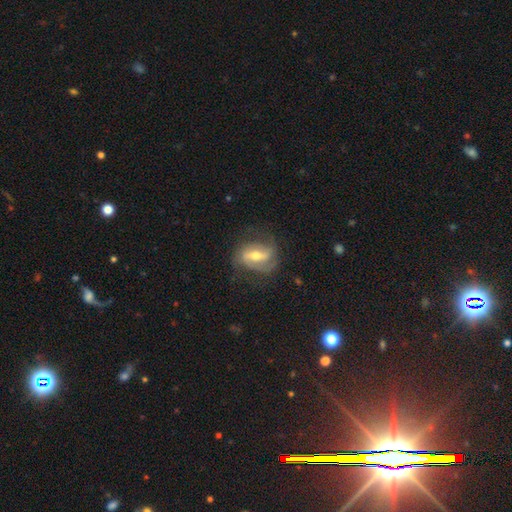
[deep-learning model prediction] featured or disk 76%, smooth 17%, star or artifact 7%. Down the decision tree: edge-on disk — no (94%); bar — strong (47%); spiral arms — yes (89%); spiral arm count — 2 (64%); spiral winding — medium (44%); bulge size — moderate (64%); merging — none (65%).